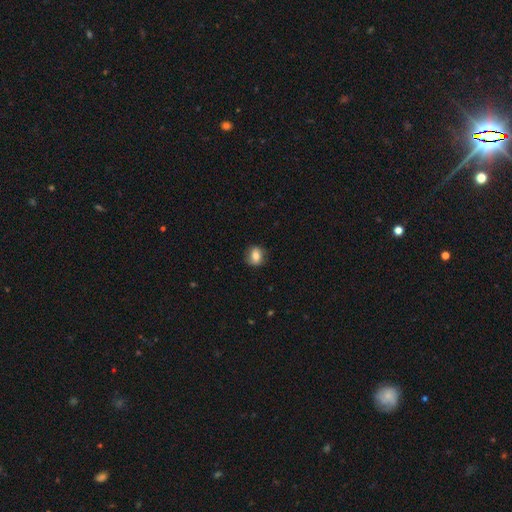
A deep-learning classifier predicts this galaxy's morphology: type=smooth (73%); roundness=round (63%); merging=none (81%).